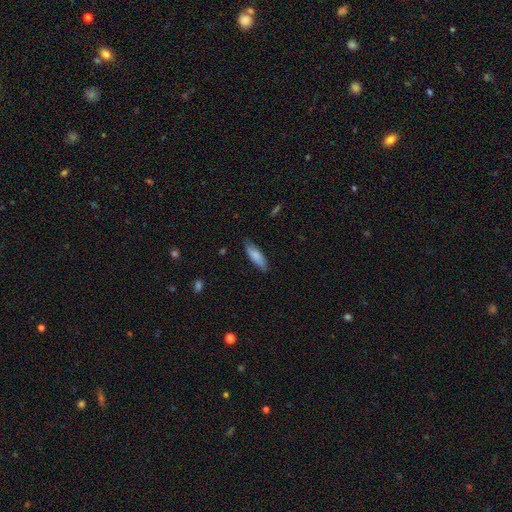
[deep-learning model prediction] Smooth or featured: smooth — 82% (featured or disk — 12%)
How rounded: cigar-shaped — 49% (tied with in between — 49%)
Merging: none — 80% (minor disturbance — 16%)